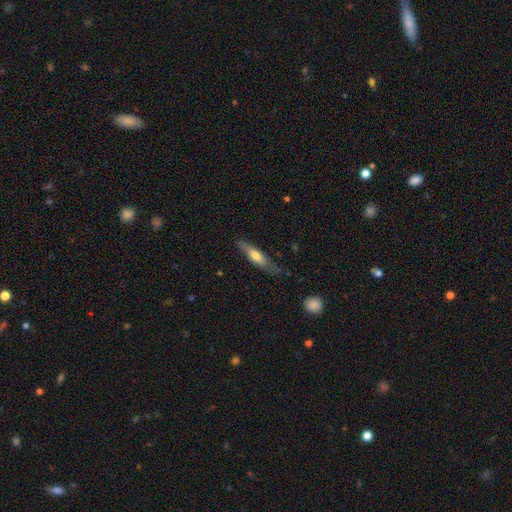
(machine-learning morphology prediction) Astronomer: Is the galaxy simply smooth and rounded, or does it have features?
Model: smooth — 50% (runner-up: featured or disk, 44%).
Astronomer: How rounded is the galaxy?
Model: cigar-shaped — 72%.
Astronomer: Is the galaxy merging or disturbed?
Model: none — 70%.